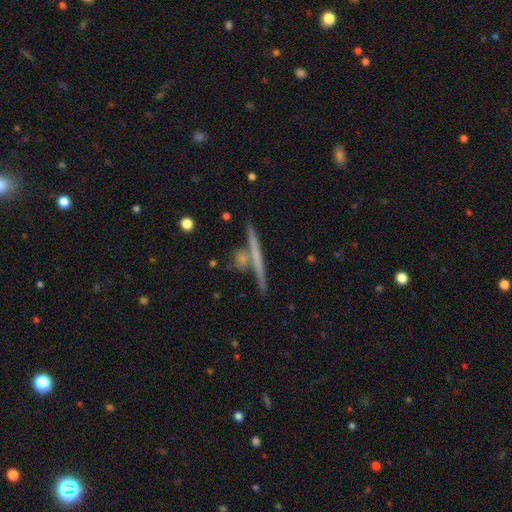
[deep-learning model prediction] smooth_or_featured: featured or disk (p=0.57) [alt: smooth p=0.36]
disk_edge_on: yes (p=0.96) [alt: no p=0.04]
edge_on_bulge: none (p=0.81) [alt: rounded p=0.13]
merging: none (p=0.77) [alt: merger p=0.13]